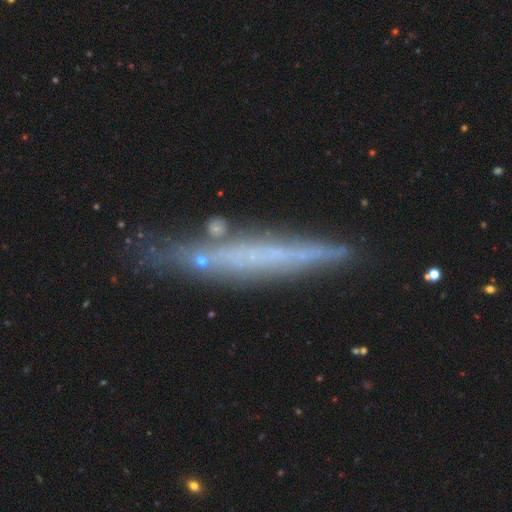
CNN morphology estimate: This appears to be a featured or disk galaxy (59%) viewed edge-on (88%) with no central bulge (86%). Merging: none (72%).